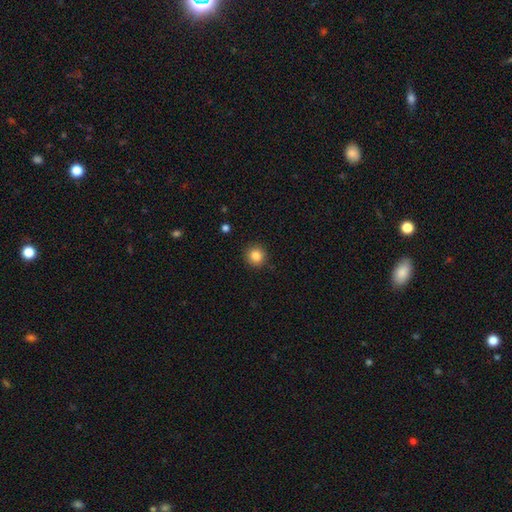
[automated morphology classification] smooth-or-featured: smooth: 85% | star or artifact: 10% | featured or disk: 5%
  how-rounded: round: 94% | in between: 5% | cigar-shaped: 1%
  merging: none: 91% | minor disturbance: 6% | major disturbance: 2% | merger: 1%